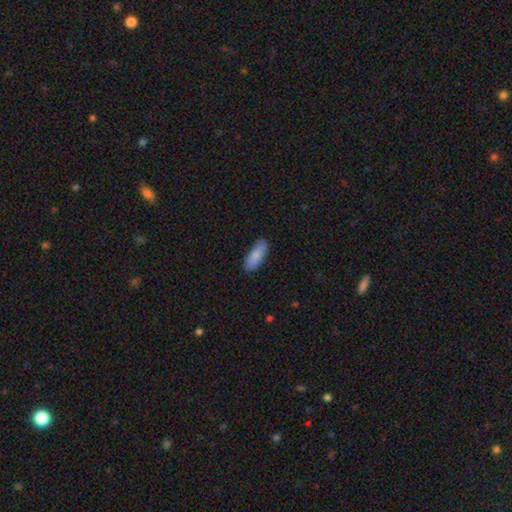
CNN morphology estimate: This is clearly a smooth galaxy (85%). How rounded: likely in between (74%). Merging: clearly none (86%).